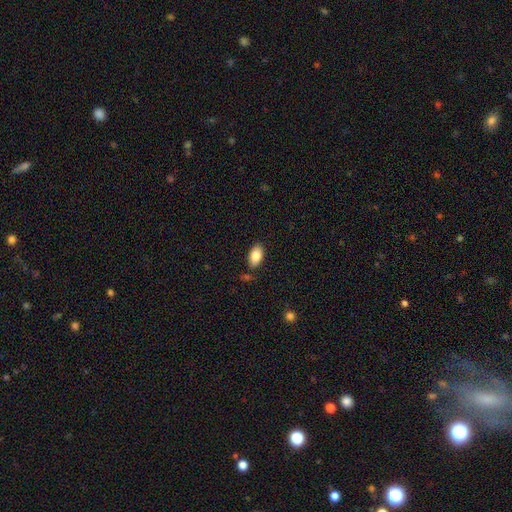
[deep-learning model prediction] This is clearly a smooth galaxy (85%). How rounded: clearly in between (94%). Merging: clearly none (80%).